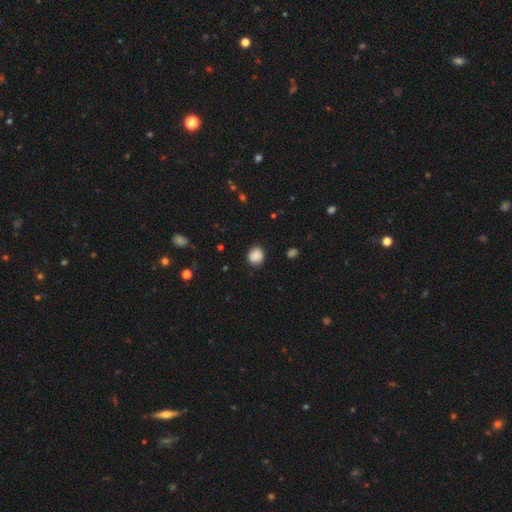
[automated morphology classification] The model was most divided on "how rounded": round: 83%, in between: 16%, cigar-shaped: 1%. More confident: smooth or featured — smooth (87%); merging — none (85%).